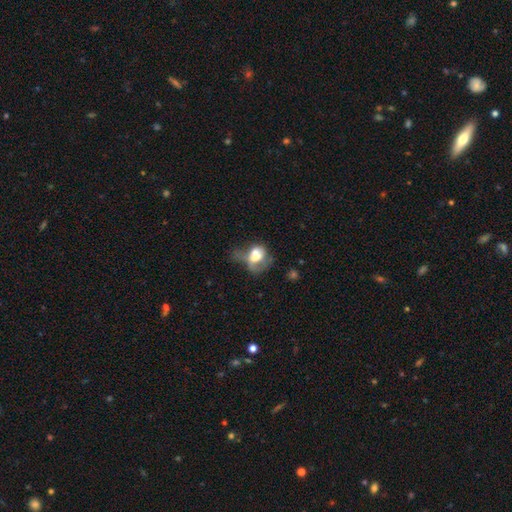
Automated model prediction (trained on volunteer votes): A smooth galaxy with no disk features (56%) that is in between round and cigar-shaped (61%). Merging: merger (44%).